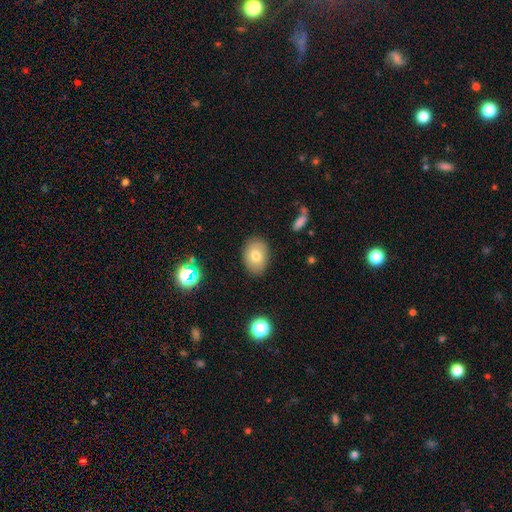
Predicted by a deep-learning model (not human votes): A smooth galaxy with no disk features (74%) that is in between round and cigar-shaped (73%).

Vote fractions:
- Smooth or featured? smooth: 74% / featured or disk: 16% / star or artifact: 10%
- How rounded? in between: 73% / round: 26% / cigar-shaped: 1%
- Merging? none: 84% / minor disturbance: 12% / major disturbance: 3% / merger: 1%